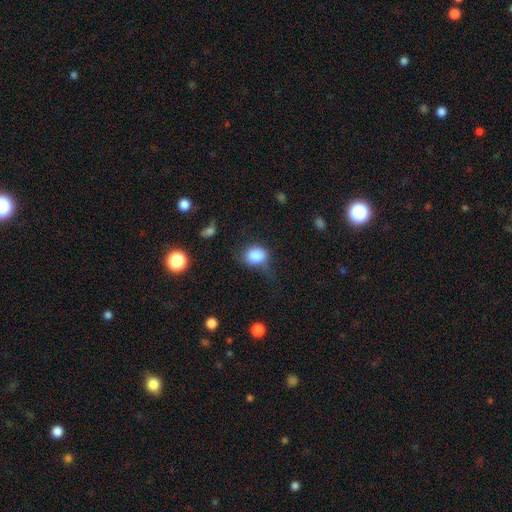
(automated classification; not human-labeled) Smooth or featured? smooth (84%)
How rounded? round (50%)
Merging? none (47%)